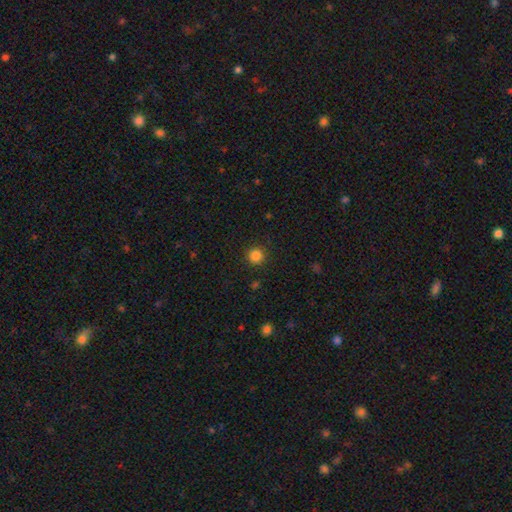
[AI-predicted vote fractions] A smooth galaxy with no disk features (84%) that is round (95%). Merging: none (92%).